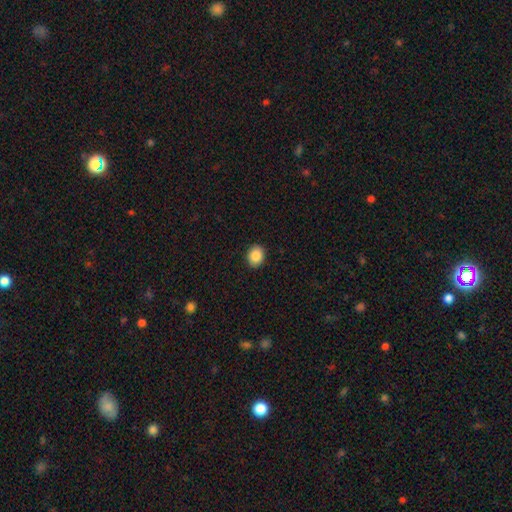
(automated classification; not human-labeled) A smooth galaxy with no disk features (87%) that is round (55%). Merging: none (91%).